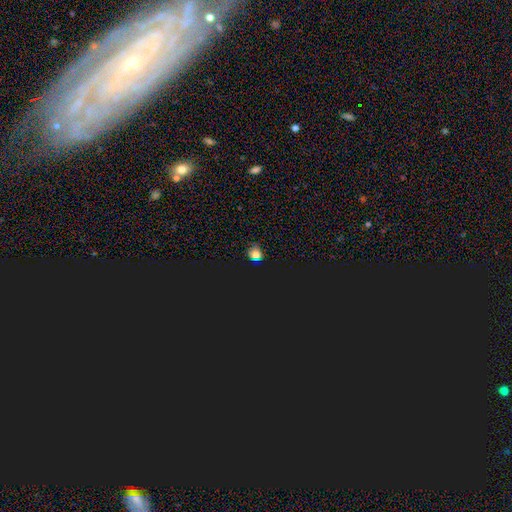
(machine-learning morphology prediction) Overall: smooth (49%; star or artifact 45%). Merging: none (79%).